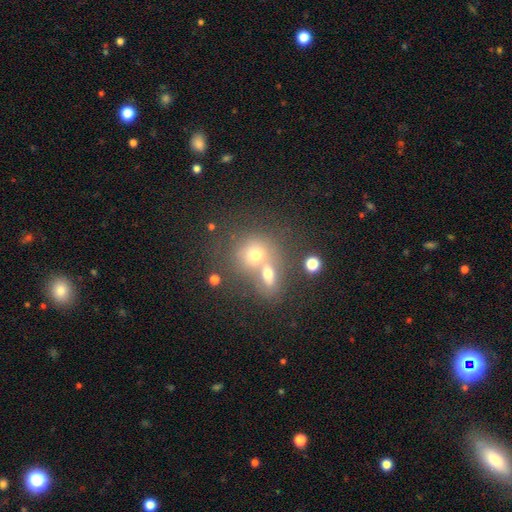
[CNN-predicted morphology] A smooth galaxy with no disk features (57%) that is round (76%).

Vote fractions:
- Smooth or featured? smooth: 57% / featured or disk: 22% / star or artifact: 20%
- How rounded? round: 76% / in between: 23% / cigar-shaped: 1%
- Merging? merger: 57% / none: 32% / minor disturbance: 7% / major disturbance: 4%